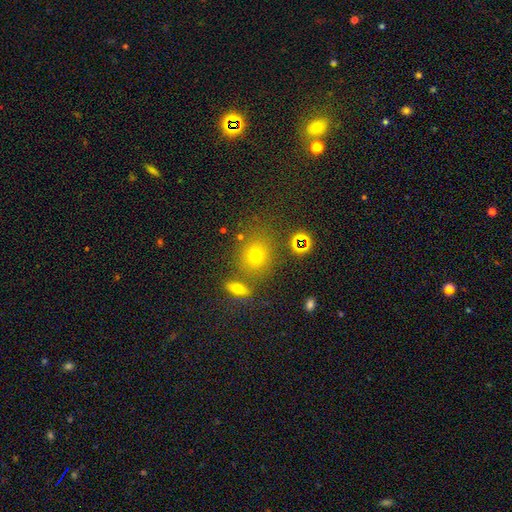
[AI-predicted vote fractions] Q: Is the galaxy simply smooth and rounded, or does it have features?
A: smooth — 67%.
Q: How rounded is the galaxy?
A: round — 72%.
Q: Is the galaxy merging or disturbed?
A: none — 72%.